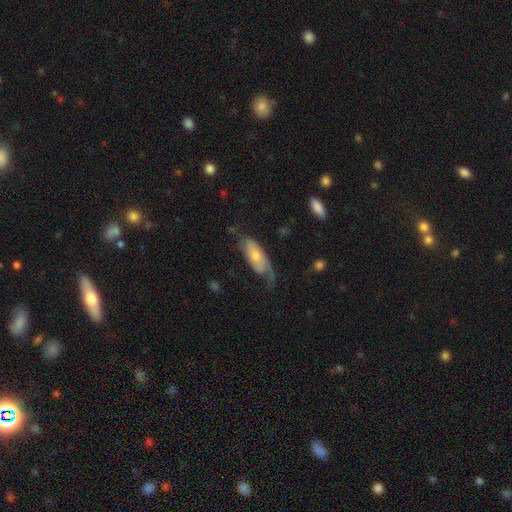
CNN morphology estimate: smooth_or_featured: featured or disk (p=0.48) [alt: smooth p=0.46]
merging: none (p=0.40) [alt: minor disturbance p=0.31]